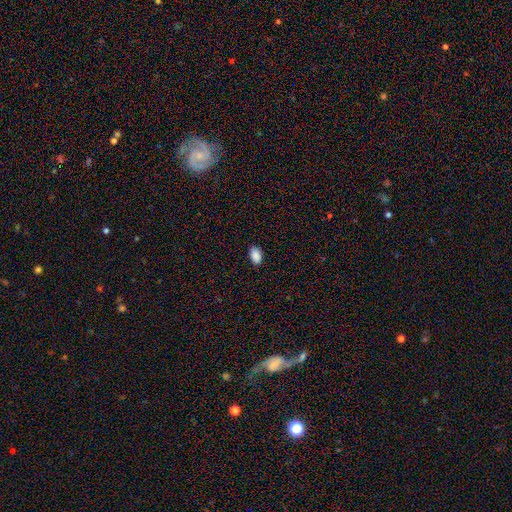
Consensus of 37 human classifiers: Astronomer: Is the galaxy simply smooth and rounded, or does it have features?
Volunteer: smooth — 92%.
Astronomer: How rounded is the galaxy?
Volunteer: in between — 79%.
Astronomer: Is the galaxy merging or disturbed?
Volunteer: none — 89%.